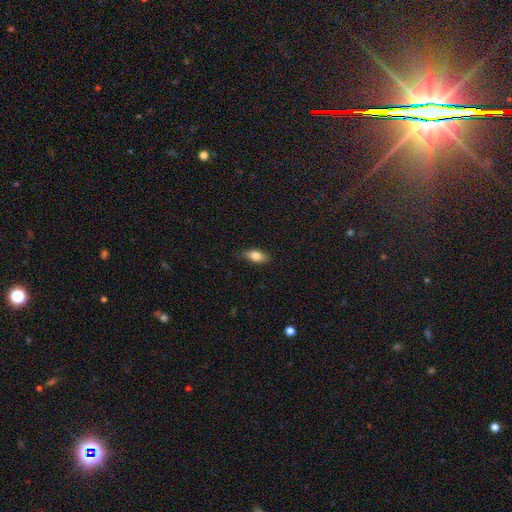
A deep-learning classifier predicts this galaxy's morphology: A smooth galaxy with no disk features (77%) that is in between round and cigar-shaped (81%). Merging: none (81%).